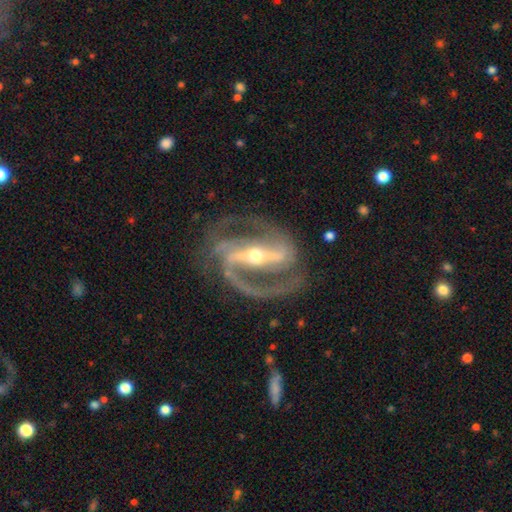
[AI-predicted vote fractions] Smooth or featured: featured or disk — 93% (star or artifact — 5%)
Edge-on disk: no — 95% (yes — 5%)
Bar: strong — 80% (weak — 14%)
Spiral arms: yes — 98% (no — 2%)
Spiral winding: medium — 56% (tight — 32%)
Spiral arm count: 2 — 88% (3 — 6%)
Bulge size: moderate — 49% (small — 48%)
Merging: none — 75% (minor disturbance — 14%)